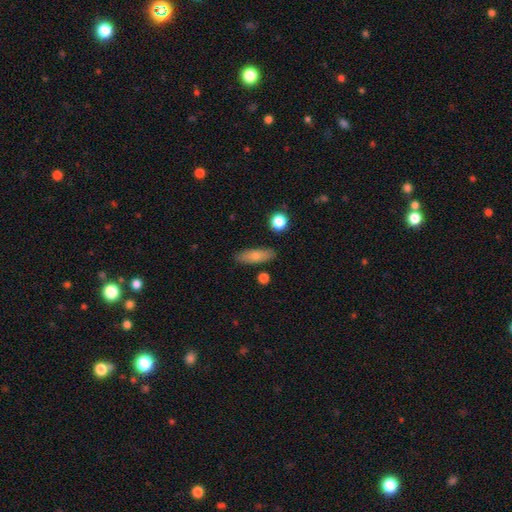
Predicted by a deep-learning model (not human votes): A smooth galaxy with no disk features (76%) that is in between round and cigar-shaped (55%). Merging: none (84%).